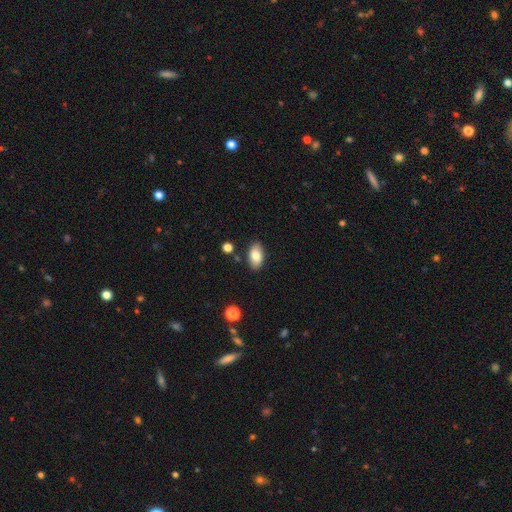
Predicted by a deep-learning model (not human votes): Overall: smooth (81%). How rounded: in between (93%). Merging: none (85%).